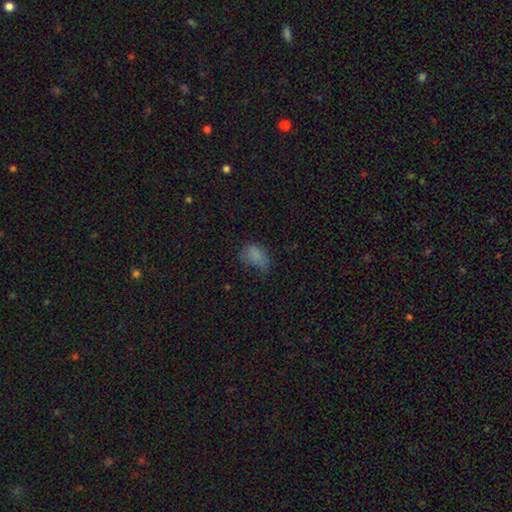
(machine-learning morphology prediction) A smooth galaxy with no disk features (76%) that is in between round and cigar-shaped (83%). Merging: none (40%).